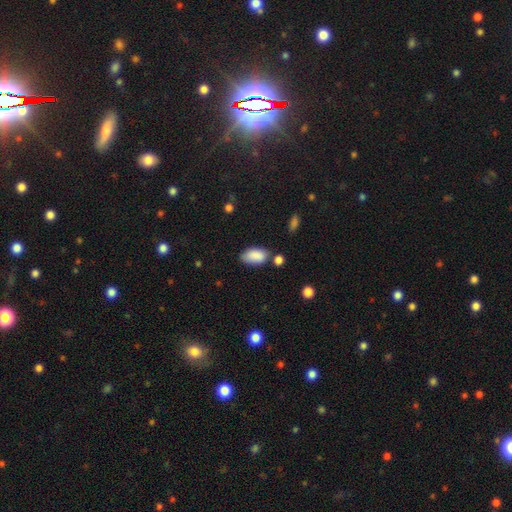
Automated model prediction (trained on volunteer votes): Smooth or featured? Predicted: smooth (p=0.88). How rounded? Predicted: in between (p=0.94). Merging? Predicted: none (p=0.65).